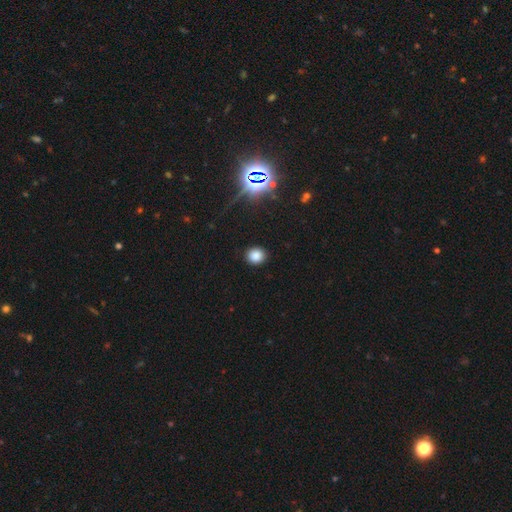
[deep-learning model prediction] This is clearly a smooth galaxy (81%). How rounded: likely round (75%). Merging: clearly none (90%).